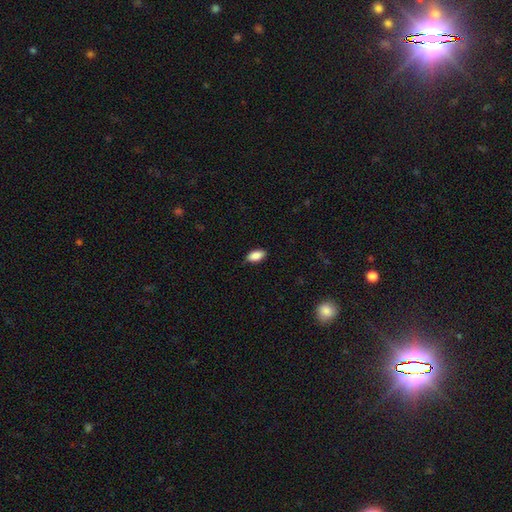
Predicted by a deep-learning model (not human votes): Smooth or featured? smooth (88%)
How rounded? in between (92%)
Merging? none (84%)